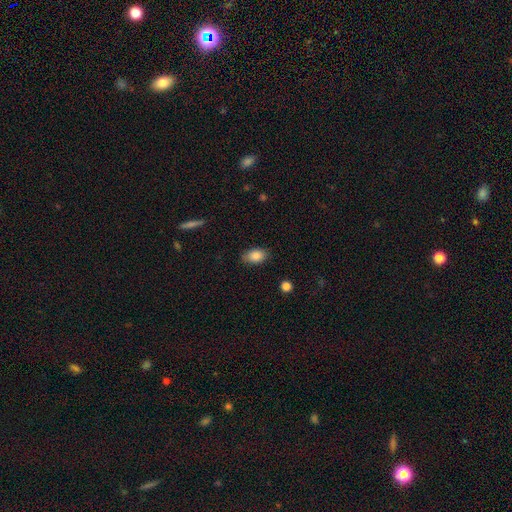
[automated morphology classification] smooth 84%, star or artifact 8%, featured or disk 8%. Down the decision tree: how rounded — in between (88%); merging — none (84%).